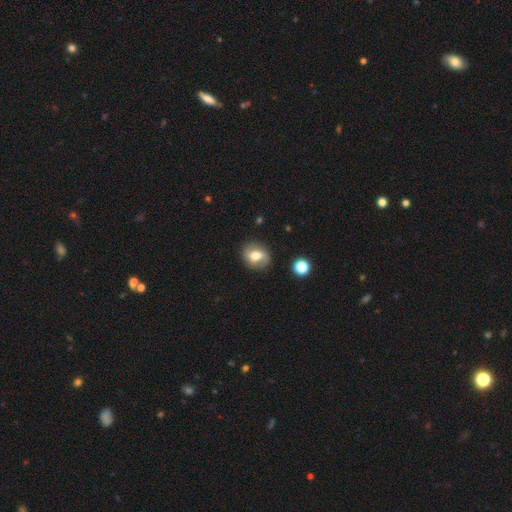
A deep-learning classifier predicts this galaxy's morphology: smooth-or-featured: smooth: 47% | featured or disk: 44% | star or artifact: 9%
  merging: none: 83% | minor disturbance: 12% | major disturbance: 4% | merger: 2%